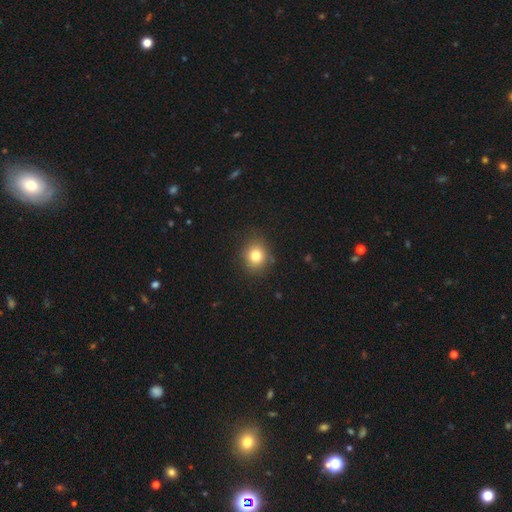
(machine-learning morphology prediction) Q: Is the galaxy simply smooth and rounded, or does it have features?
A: smooth — 79%.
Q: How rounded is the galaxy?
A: round — 74%.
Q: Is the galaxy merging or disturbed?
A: none — 85%.